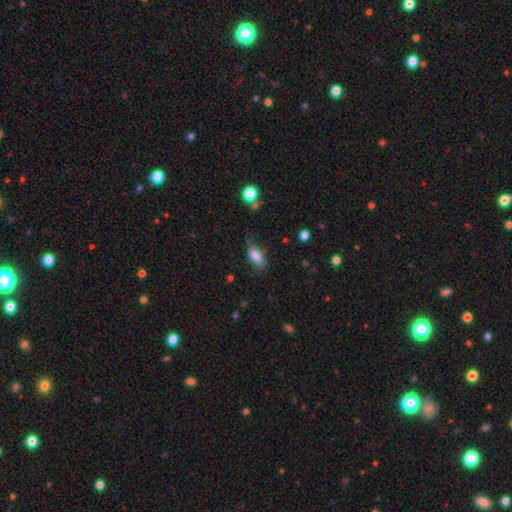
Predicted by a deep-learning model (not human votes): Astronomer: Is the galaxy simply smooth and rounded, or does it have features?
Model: smooth — 78%.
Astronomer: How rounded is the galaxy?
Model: in between — 85%.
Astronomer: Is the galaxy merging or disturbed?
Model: none — 54% (runner-up: minor disturbance, 31%).